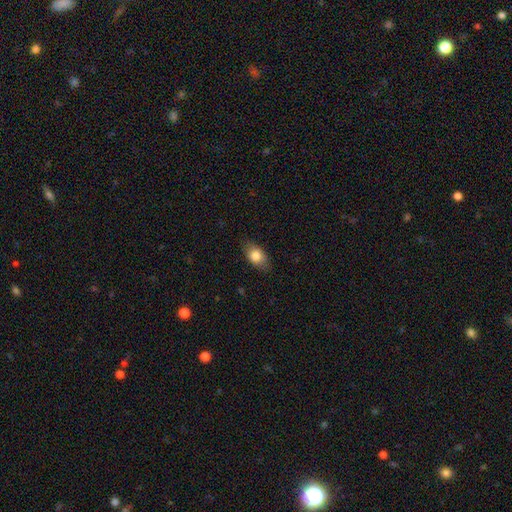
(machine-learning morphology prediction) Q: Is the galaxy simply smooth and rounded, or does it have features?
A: smooth — 79%.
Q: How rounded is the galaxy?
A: in between — 83%.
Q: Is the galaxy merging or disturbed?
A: none — 81%.